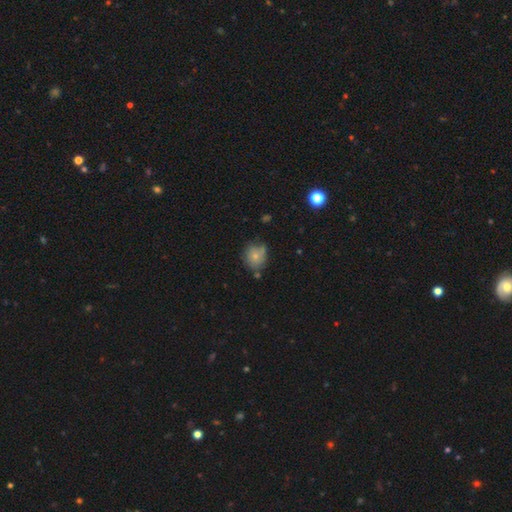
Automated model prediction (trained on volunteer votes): Overall: smooth (72%). How rounded: round (74%). Merging: none (60%; minor disturbance 26%).